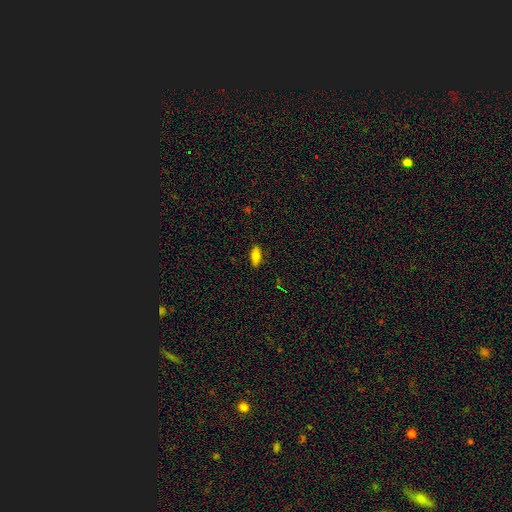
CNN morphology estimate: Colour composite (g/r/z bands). It shows a smooth galaxy with no disk features (79%) that is in between round and cigar-shaped (80%). Merging: none (86%).